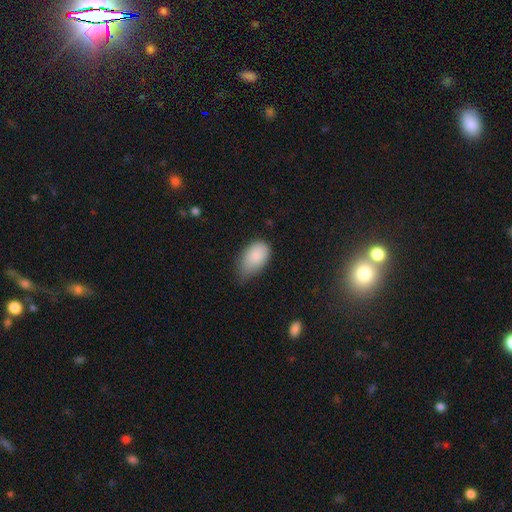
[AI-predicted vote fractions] Smooth or featured: smooth — 86% (star or artifact — 7%)
How rounded: in between — 91% (round — 7%)
Merging: minor disturbance — 52% (none — 32%)